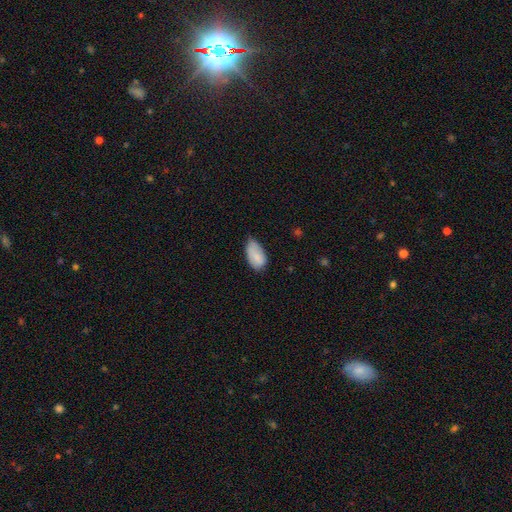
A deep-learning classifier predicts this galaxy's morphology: smooth_or_featured: smooth (p=0.83) [alt: featured or disk p=0.10]
how_rounded: in between (p=0.94) [alt: round p=0.04]
merging: none (p=0.46) [alt: minor disturbance p=0.44]